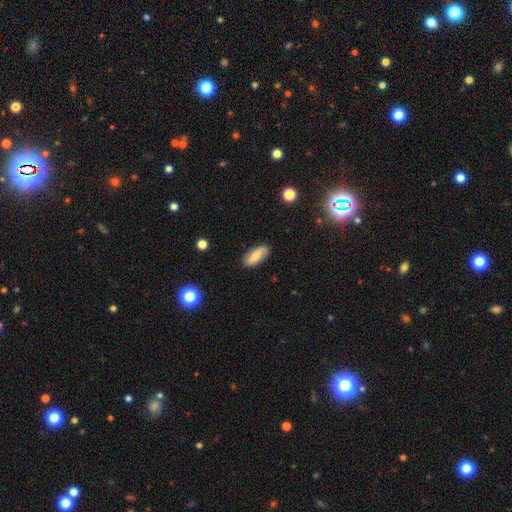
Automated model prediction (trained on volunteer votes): Overall: smooth (60%; featured or disk 33%). How rounded: in between (79%). Merging: none (84%).